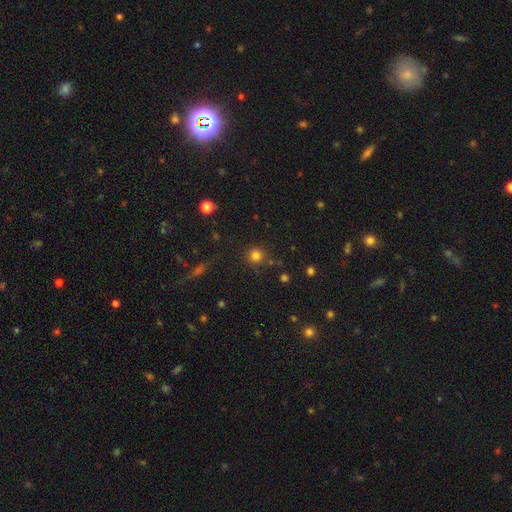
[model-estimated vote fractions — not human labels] Morphology: type=smooth (80%); roundness=round (93%); merging=none (84%).